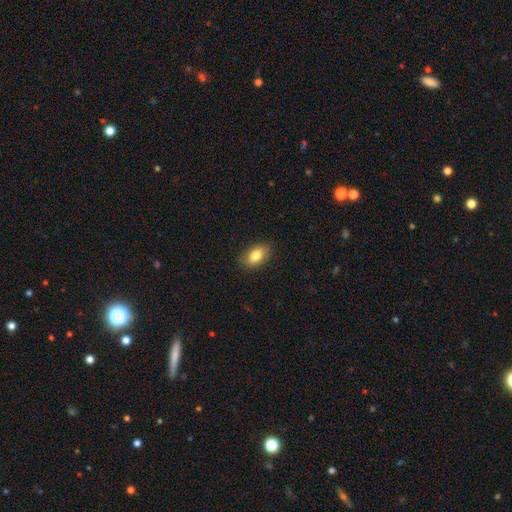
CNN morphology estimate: This appears to be a smooth galaxy with no disk features (82%) that is in between round and cigar-shaped (89%). Merging: none (87%).